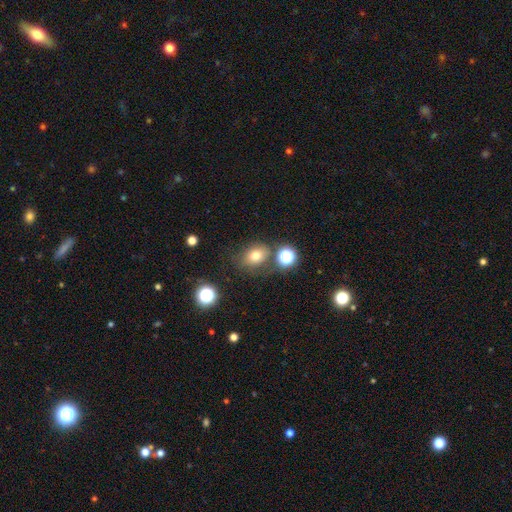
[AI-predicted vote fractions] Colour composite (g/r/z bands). It shows a smooth galaxy with no disk features (73%) that is in between round and cigar-shaped (53%). Merging: none (68%).